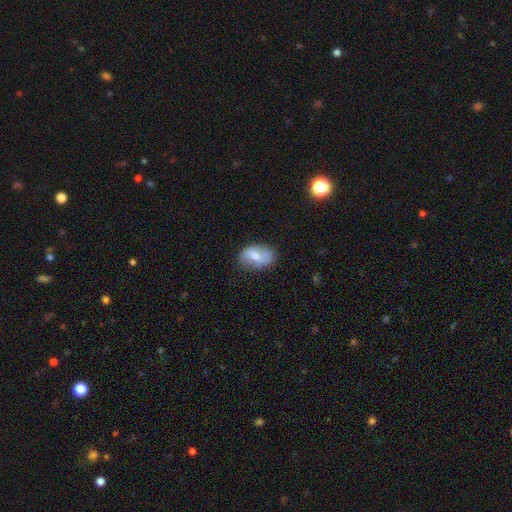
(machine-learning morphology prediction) The model was most divided on "smooth or featured": smooth: 60%, featured or disk: 33%, star or artifact: 7%. More confident: how rounded — in between (88%); merging — none (69%).